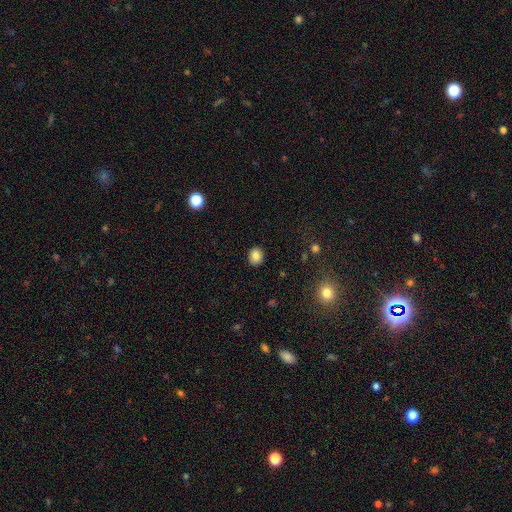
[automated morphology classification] Q: Smooth or featured?
A: smooth (82%); runner-up: star or artifact (10%)
Q: How rounded?
A: round (74%); runner-up: in between (25%)
Q: Merging?
A: none (90%); runner-up: minor disturbance (7%)